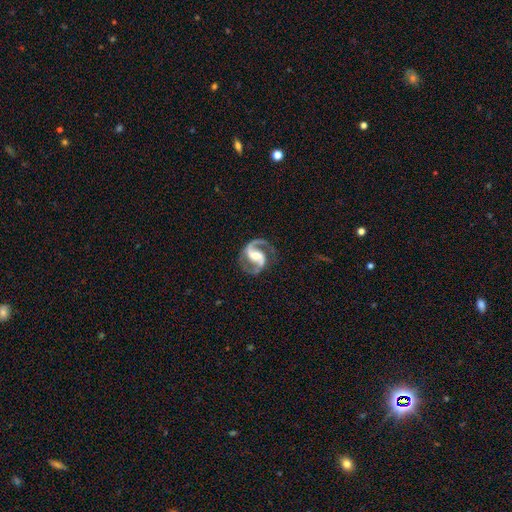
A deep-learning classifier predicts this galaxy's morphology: Smooth or featured: featured or disk — 92% (star or artifact — 4%)
Edge-on disk: no — 98% (yes — 2%)
Bar: weak — 41% (strong — 37%)
Spiral arms: yes — 98% (no — 2%)
Spiral winding: medium — 63% (loose — 21%)
Spiral arm count: 2 — 93% (1 — 2%)
Bulge size: moderate — 38% (small — 23%)
Merging: none — 78% (minor disturbance — 13%)